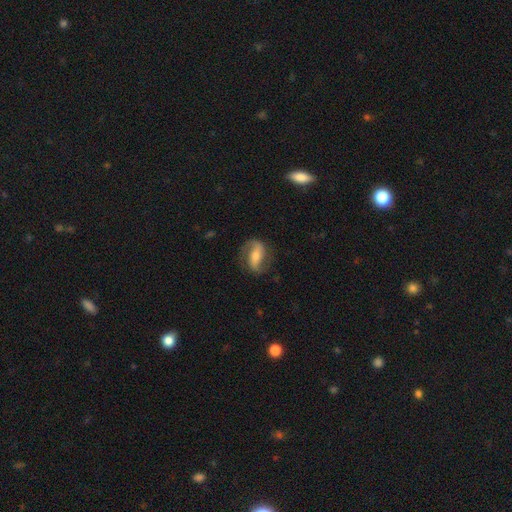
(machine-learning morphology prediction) smooth_or_featured: featured or disk (p=0.74) [alt: smooth p=0.19]
disk_edge_on: no (p=0.94) [alt: yes p=0.06]
bar: strong (p=0.49) [alt: weak p=0.30]
has_spiral_arms: yes (p=0.91) [alt: no p=0.09]
spiral_winding: medium (p=0.41) [alt: loose p=0.40]
spiral_arm_count: 2 (p=0.88) [alt: 1 p=0.05]
bulge_size: moderate (p=0.51) [alt: small p=0.35]
merging: none (p=0.75) [alt: minor disturbance p=0.16]